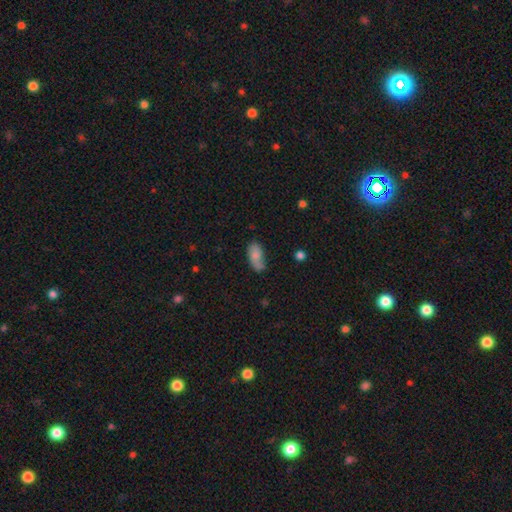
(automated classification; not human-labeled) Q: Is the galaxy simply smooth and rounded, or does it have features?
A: smooth — 72%.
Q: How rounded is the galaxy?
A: in between — 90%.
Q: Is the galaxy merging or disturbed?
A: none — 47%.